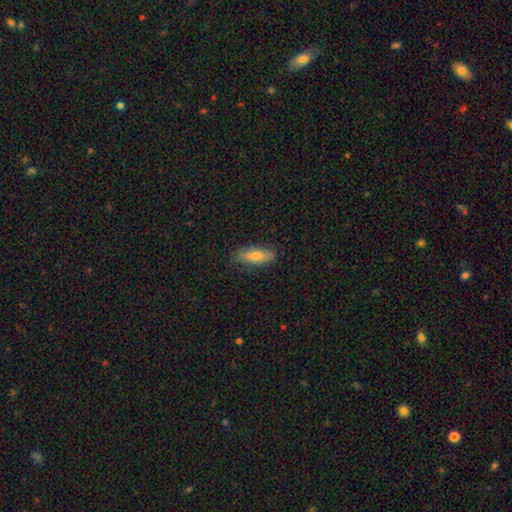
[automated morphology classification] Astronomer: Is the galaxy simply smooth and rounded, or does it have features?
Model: smooth — 69%.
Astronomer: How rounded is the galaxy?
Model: in between — 53% (runner-up: cigar-shaped, 44%).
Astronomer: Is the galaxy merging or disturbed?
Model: none — 84%.